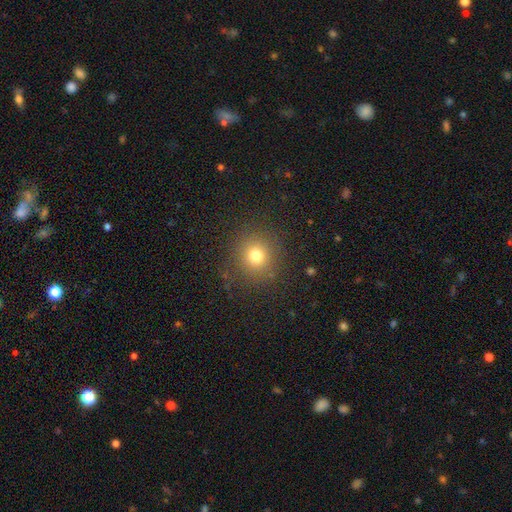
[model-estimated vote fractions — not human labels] smooth-or-featured: smooth: 75% | star or artifact: 17% | featured or disk: 9%
  how-rounded: round: 89% | in between: 10% | cigar-shaped: 1%
  merging: none: 86% | minor disturbance: 8% | major disturbance: 4% | merger: 1%